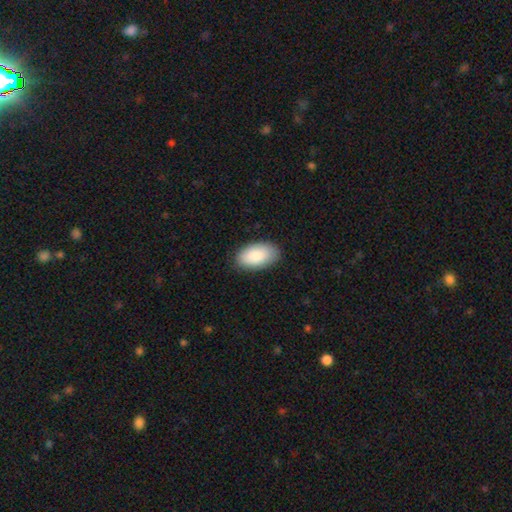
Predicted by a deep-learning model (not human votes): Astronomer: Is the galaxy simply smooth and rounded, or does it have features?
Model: smooth — 88%.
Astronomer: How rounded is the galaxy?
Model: in between — 96%.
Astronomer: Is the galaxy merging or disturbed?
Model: none — 86%.